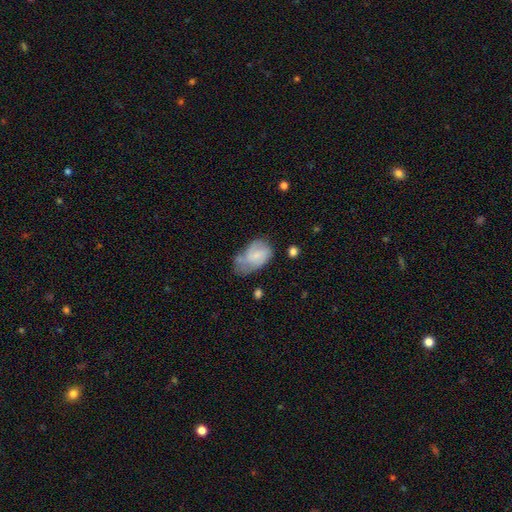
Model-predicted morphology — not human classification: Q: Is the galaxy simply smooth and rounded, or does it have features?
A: smooth — 63%.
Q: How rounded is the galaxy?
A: in between — 87%.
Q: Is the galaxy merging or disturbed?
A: minor disturbance — 36%.